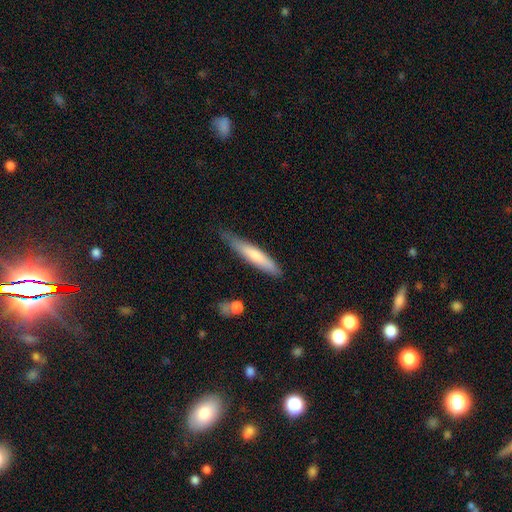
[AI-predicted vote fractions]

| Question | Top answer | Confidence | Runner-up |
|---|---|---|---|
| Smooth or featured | smooth | 67% | featured or disk (28%) |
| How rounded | cigar-shaped | 90% | in between (8%) |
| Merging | none | 72% | minor disturbance (21%) |